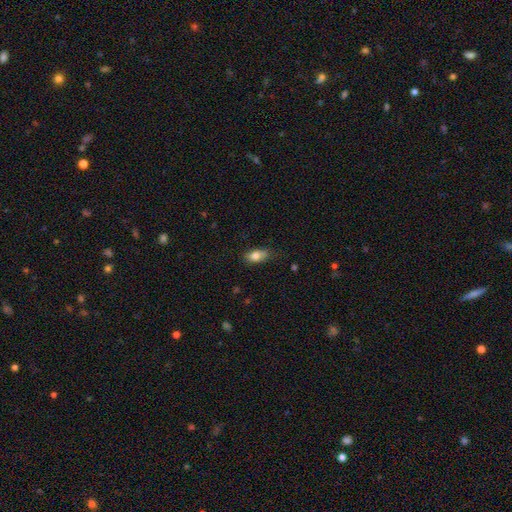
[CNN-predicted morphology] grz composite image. It shows a smooth galaxy with no disk features (79%) that is in between round and cigar-shaped (85%). Merging: none (67%).